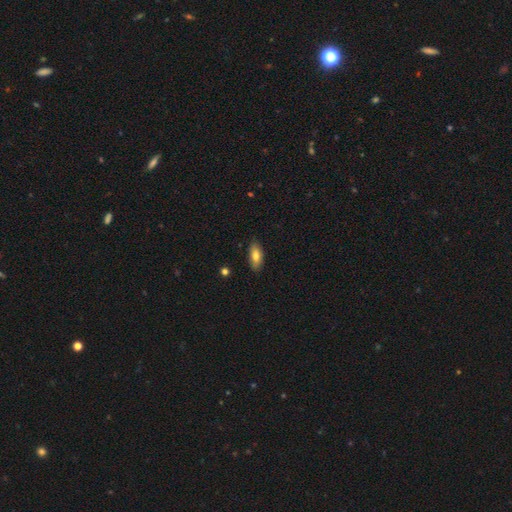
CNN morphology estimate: Overall: smooth (78%). How rounded: in between (82%). Merging: none (86%).